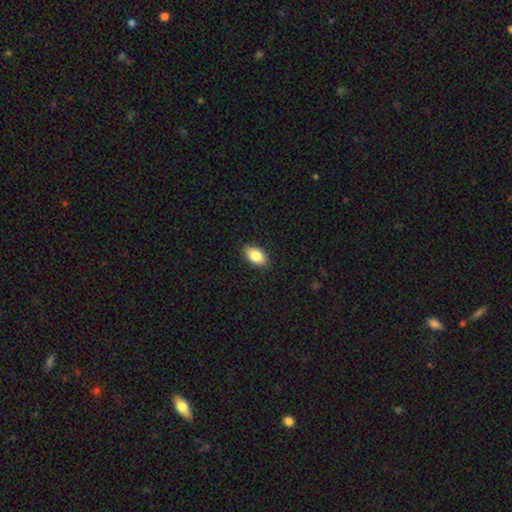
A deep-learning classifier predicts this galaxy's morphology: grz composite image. It shows a smooth galaxy with no disk features (86%) that is in between round and cigar-shaped (92%). Merging: none (88%).